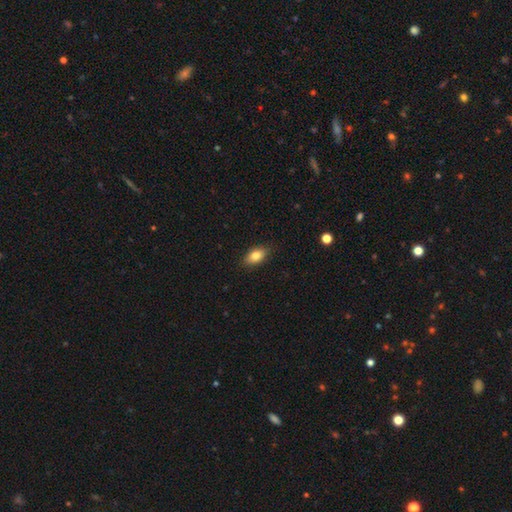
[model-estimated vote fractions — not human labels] Smooth or featured? smooth (82%)
How rounded? in between (88%)
Merging? none (86%)